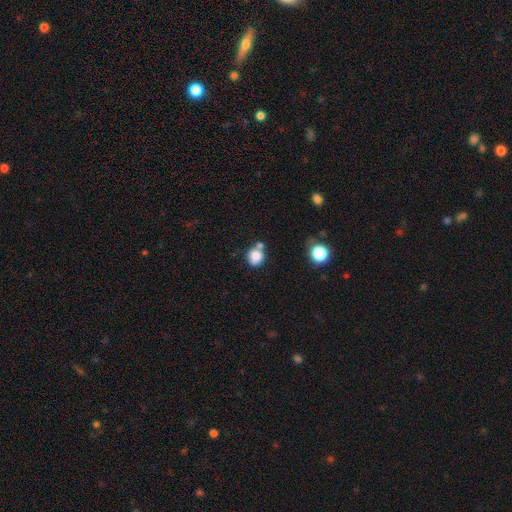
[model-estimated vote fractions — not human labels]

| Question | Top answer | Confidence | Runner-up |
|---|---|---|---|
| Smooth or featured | smooth | 81% | star or artifact (10%) |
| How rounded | round | 80% | in between (19%) |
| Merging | none | 57% | merger (26%) |